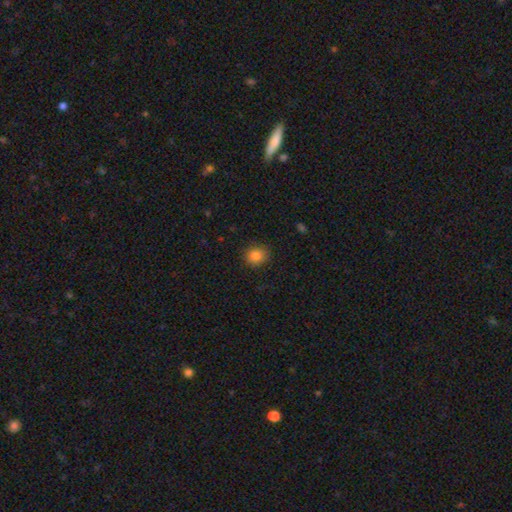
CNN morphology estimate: Smooth or featured?
  - smooth: 83% *
  - star or artifact: 11%
  - featured or disk: 6%
How rounded?
  - round: 80% *
  - in between: 19%
  - cigar-shaped: 1%
Merging?
  - none: 87% *
  - minor disturbance: 10%
  - major disturbance: 2%
  - merger: 1%